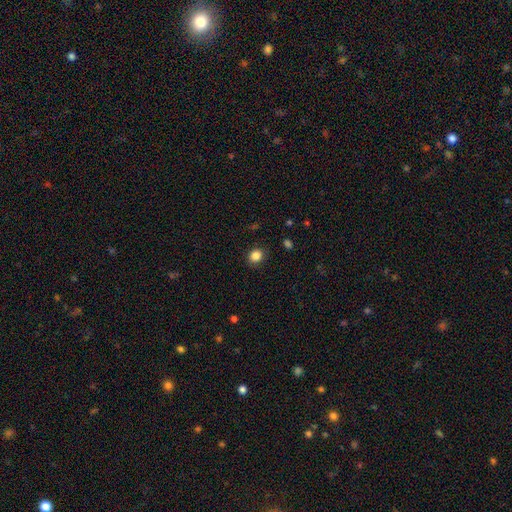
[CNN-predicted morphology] type=smooth (85%); roundness=round (69%); merging=none (86%).